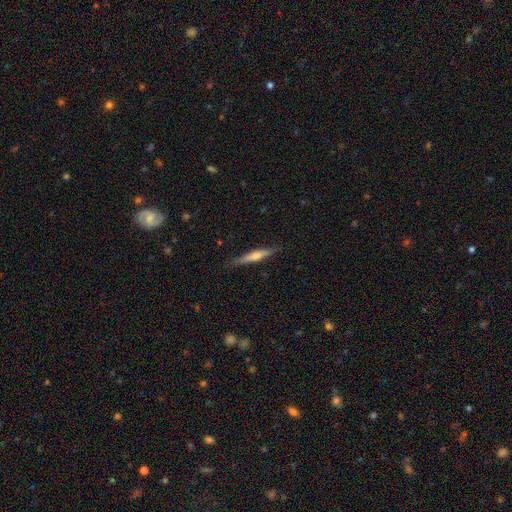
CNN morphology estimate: smooth_or_featured: featured or disk (p=0.54) [alt: smooth p=0.40]
disk_edge_on: yes (p=0.97) [alt: no p=0.03]
edge_on_bulge: rounded (p=0.71) [alt: none p=0.18]
merging: none (p=0.87) [alt: minor disturbance p=0.10]